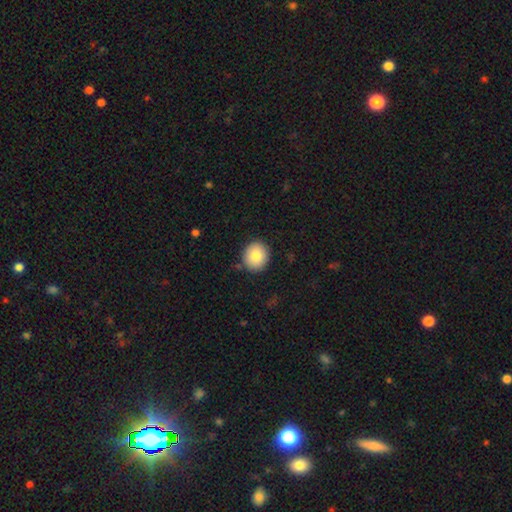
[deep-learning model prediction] Q: Smooth or featured?
A: smooth (83%); runner-up: featured or disk (9%)
Q: How rounded?
A: round (82%); runner-up: in between (18%)
Q: Merging?
A: none (88%); runner-up: minor disturbance (8%)